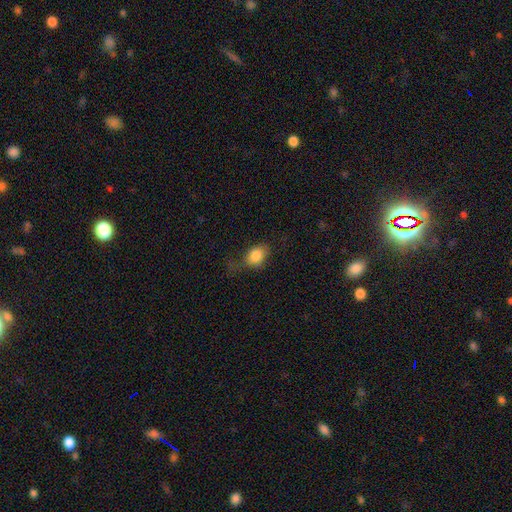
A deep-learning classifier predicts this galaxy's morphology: This is clearly a smooth galaxy (83%). How rounded: likely in between (64%). Merging: possibly none (48%).